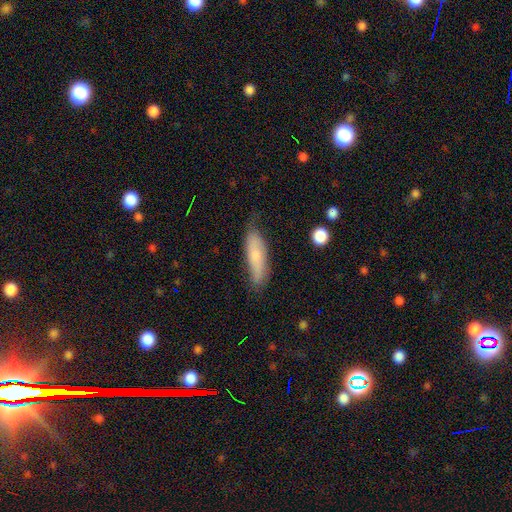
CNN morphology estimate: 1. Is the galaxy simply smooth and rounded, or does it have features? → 67% smooth, 27% featured or disk, 6% star or artifact.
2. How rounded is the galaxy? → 56% cigar-shaped, 42% in between, 2% round.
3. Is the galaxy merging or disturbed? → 68% none, 25% minor disturbance, 5% major disturbance, 2% merger.